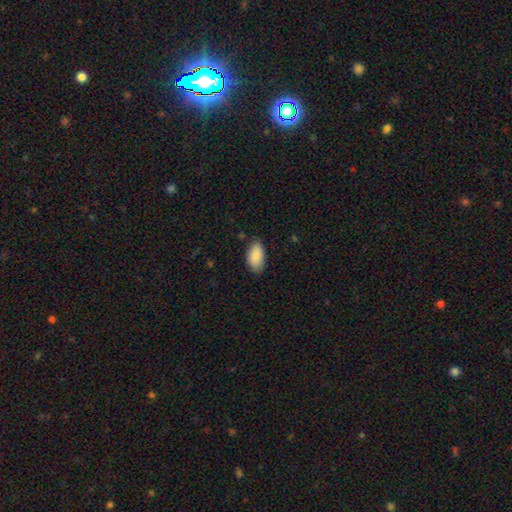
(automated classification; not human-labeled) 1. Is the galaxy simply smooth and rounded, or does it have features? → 89% smooth, 6% star or artifact, 5% featured or disk.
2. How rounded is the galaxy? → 94% in between, 3% cigar-shaped, 3% round.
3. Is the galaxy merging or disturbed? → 82% none, 14% minor disturbance, 3% major disturbance, 1% merger.